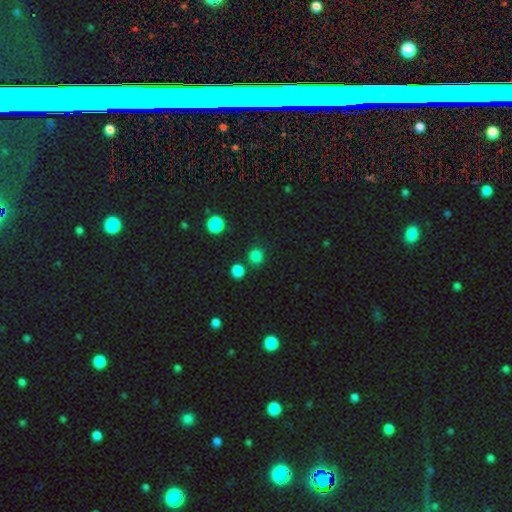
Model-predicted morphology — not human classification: smooth_or_featured: smooth (p=0.80) [alt: star or artifact p=0.17]
how_rounded: round (p=0.89) [alt: in between p=0.10]
merging: none (p=0.79) [alt: merger p=0.09]